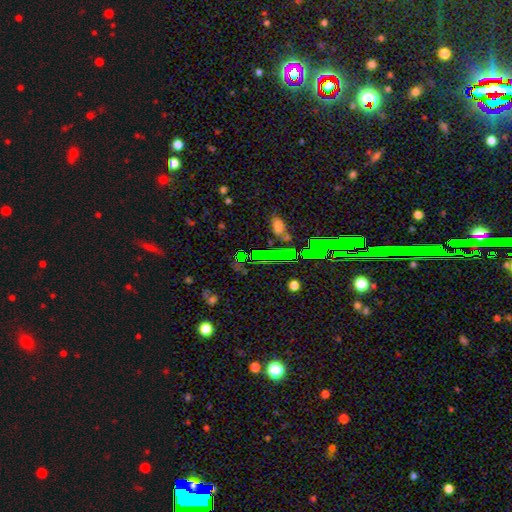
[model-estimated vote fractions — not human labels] smooth_or_featured: star or artifact (p=0.47) [alt: smooth p=0.37]